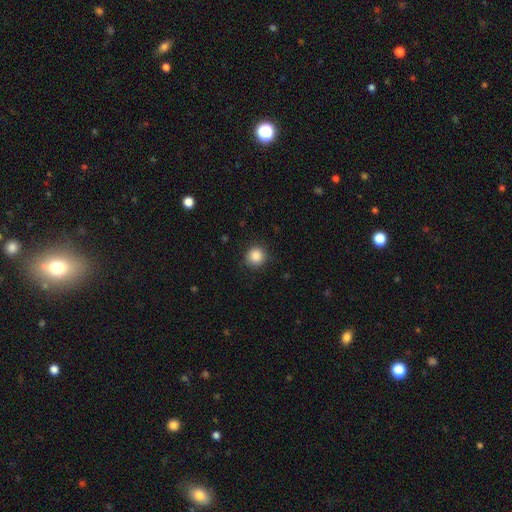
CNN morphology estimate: This is clearly a smooth galaxy (87%). How rounded: clearly round (91%). Merging: clearly none (85%).